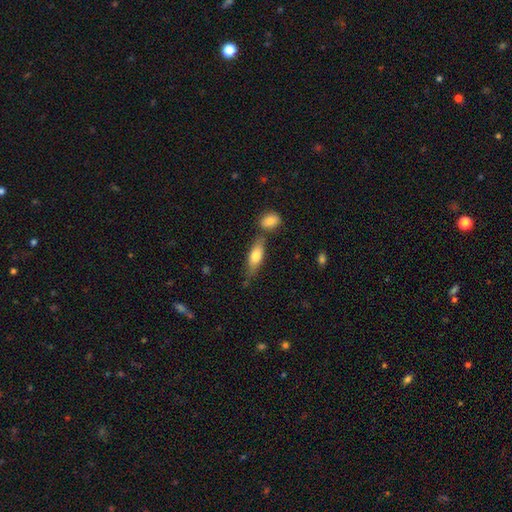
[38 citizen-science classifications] Volunteers were most divided on "how rounded": in between: 54%, cigar-shaped: 46%, round: 0%. Remaining: smooth or featured — smooth (74%); merging — none (47%).